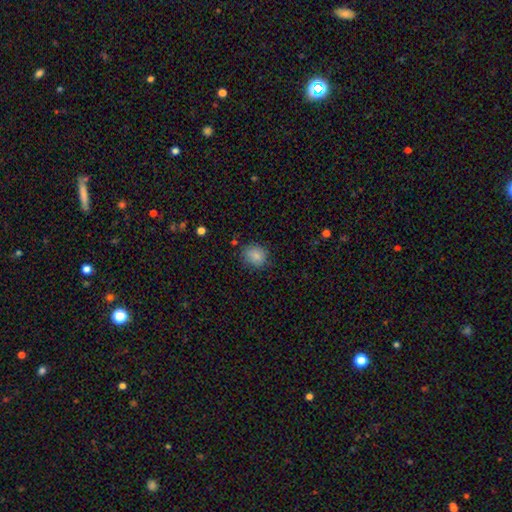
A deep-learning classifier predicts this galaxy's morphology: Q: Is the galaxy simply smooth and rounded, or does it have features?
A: smooth — 86%.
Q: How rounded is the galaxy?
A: round — 64%.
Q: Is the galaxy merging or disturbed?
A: none — 79%.